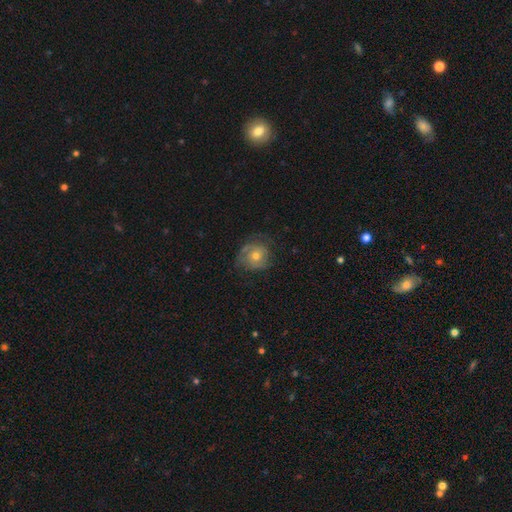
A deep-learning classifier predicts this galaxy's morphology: Overall: featured or disk (53%; smooth 39%). Edge-on disk: no (97%). Bar: no (83%). Spiral arms: yes (76%). Bulge size: moderate (62%; small 32%). Merging: none (62%; minor disturbance 24%).